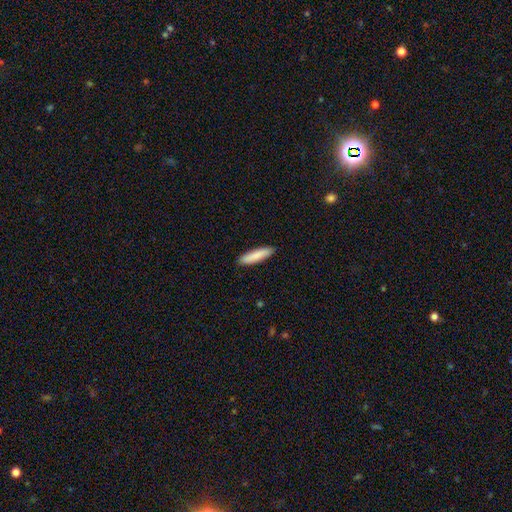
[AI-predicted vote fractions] Morphology: type=smooth (87%); roundness=cigar-shaped (80%); merging=none (91%).